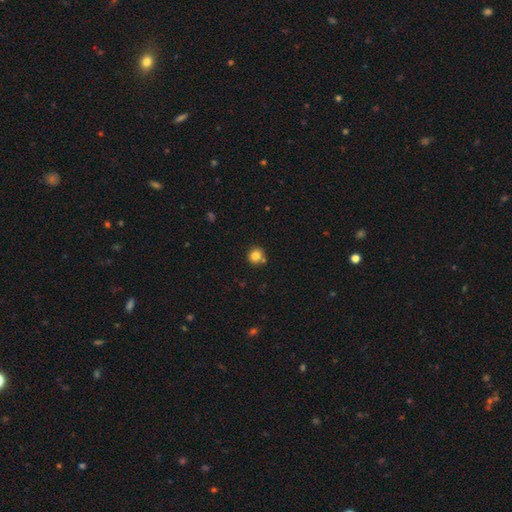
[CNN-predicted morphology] Smooth or featured?
  - smooth: 84% *
  - star or artifact: 11%
  - featured or disk: 6%
How rounded?
  - round: 91% *
  - in between: 8%
  - cigar-shaped: 1%
Merging?
  - none: 76% *
  - merger: 11%
  - minor disturbance: 10%
  - major disturbance: 3%